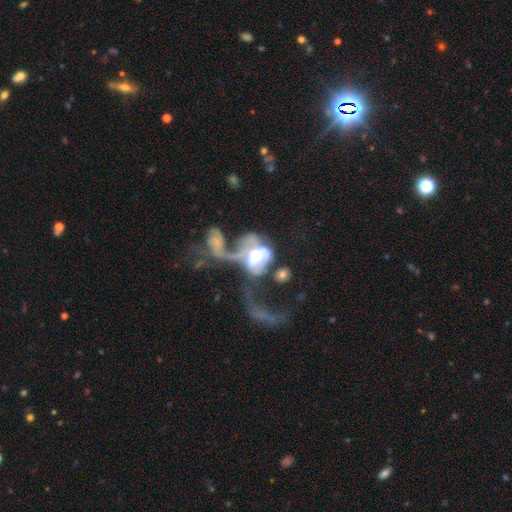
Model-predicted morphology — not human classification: featured or disk 63%, smooth 27%, star or artifact 9%. Down the decision tree: edge-on disk — no (94%); bar — no (63%); spiral arms — no (55%); bulge size — moderate (49%); merging — major disturbance (44%).